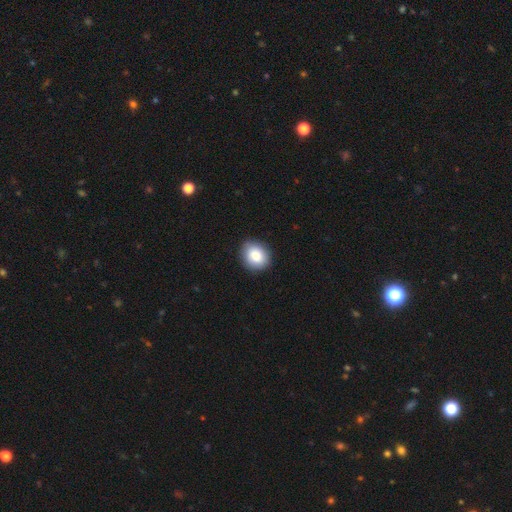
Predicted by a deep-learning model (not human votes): The model was most divided on "how rounded": round: 66%, in between: 33%, cigar-shaped: 1%. More confident: merging — none (87%); smooth or featured — smooth (85%).